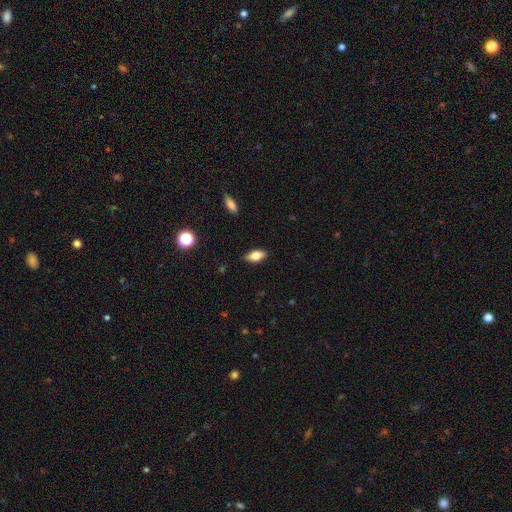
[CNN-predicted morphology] A smooth galaxy with no disk features (72%) that is in between round and cigar-shaped (85%).

Vote fractions:
- Smooth or featured? smooth: 72% / featured or disk: 20% / star or artifact: 8%
- How rounded? in between: 85% / cigar-shaped: 11% / round: 4%
- Merging? none: 86% / minor disturbance: 11% / major disturbance: 2% / merger: 1%